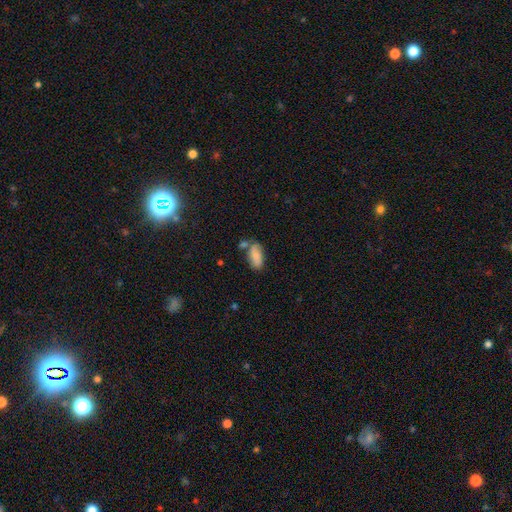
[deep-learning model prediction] smooth_or_featured: smooth (p=0.79) [alt: featured or disk p=0.13]
how_rounded: in between (p=0.91) [alt: cigar-shaped p=0.06]
merging: none (p=0.56) [alt: minor disturbance p=0.20]